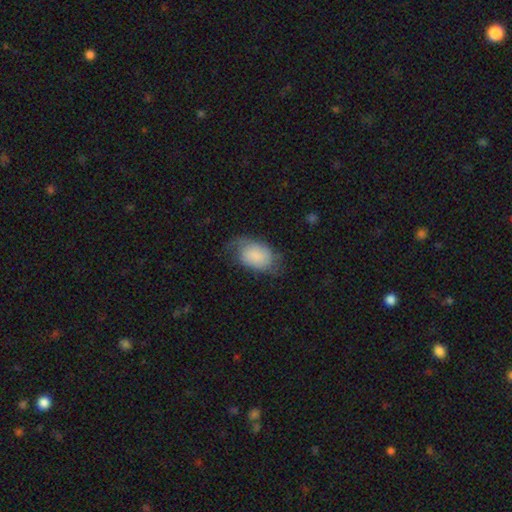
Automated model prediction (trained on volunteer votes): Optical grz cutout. It shows a smooth galaxy with no disk features (65%) that is in between round and cigar-shaped (85%). Merging: none (48%).